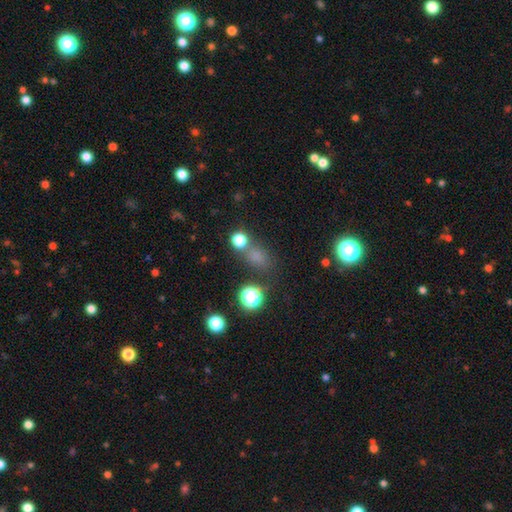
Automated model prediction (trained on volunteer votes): Overall: smooth (64%; star or artifact 28%). How rounded: round (53%; in between 44%). Merging: none (68%).